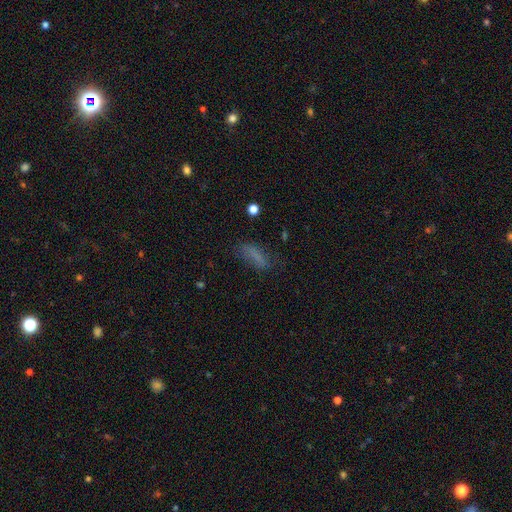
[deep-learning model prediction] The model was most divided on "how rounded": in between: 55%, cigar-shaped: 41%, round: 4%. More confident: smooth or featured — smooth (70%); merging — none (62%).